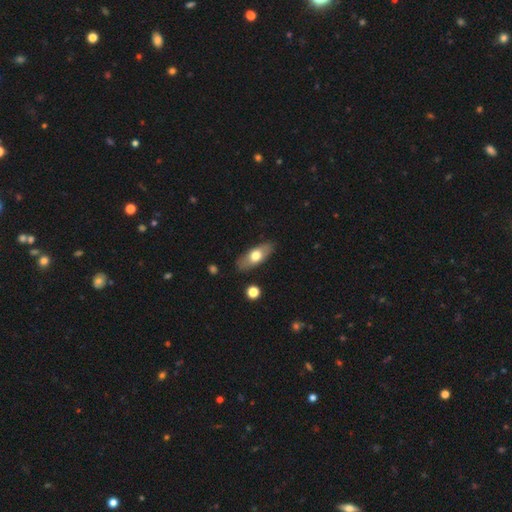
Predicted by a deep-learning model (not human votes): smooth_or_featured: smooth (p=0.62) [alt: featured or disk p=0.32]
how_rounded: in between (p=0.76) [alt: cigar-shaped p=0.20]
merging: none (p=0.86) [alt: minor disturbance p=0.10]